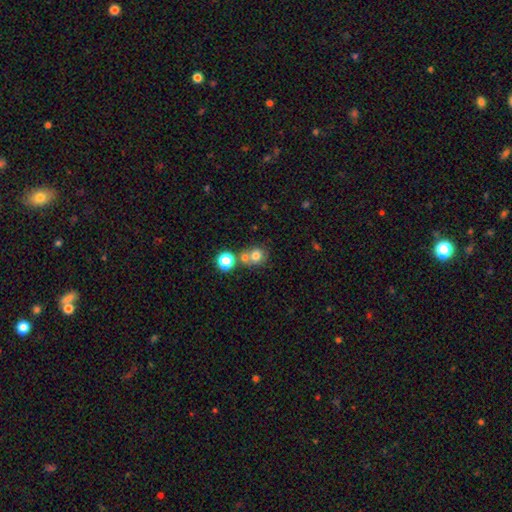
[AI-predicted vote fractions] Morphology: type=smooth (74%); roundness=round (81%); merging=none (50%).